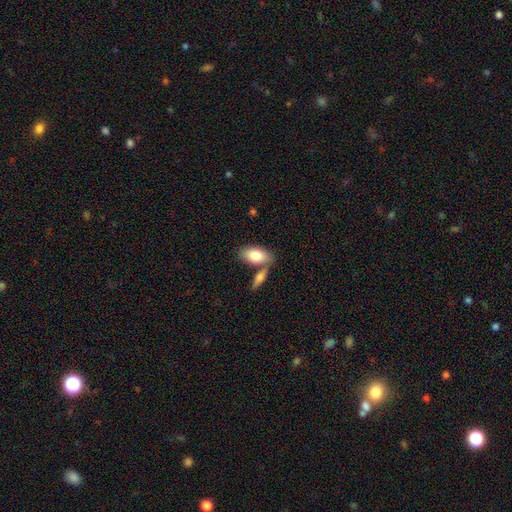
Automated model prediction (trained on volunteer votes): Overall: smooth (80%). How rounded: in between (92%). Merging: none (54%; merger 31%).